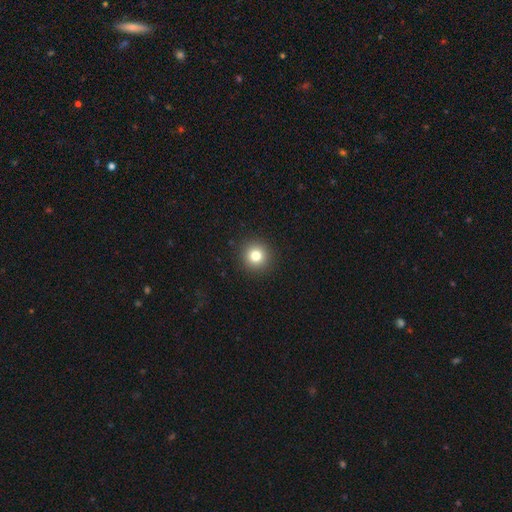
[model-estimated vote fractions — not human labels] Smooth or featured: smooth — 80% (star or artifact — 12%)
How rounded: round — 95% (in between — 4%)
Merging: none — 93% (minor disturbance — 5%)